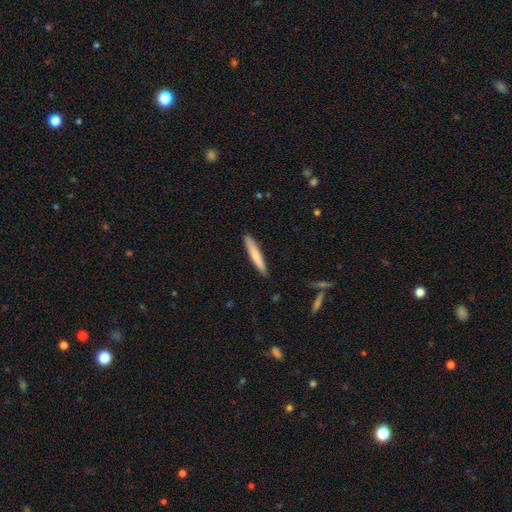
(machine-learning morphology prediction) A smooth galaxy with no disk features (76%) that is cigar-shaped (93%).

Vote fractions:
- Smooth or featured? smooth: 76% / featured or disk: 19% / star or artifact: 5%
- How rounded? cigar-shaped: 93% / in between: 6% / round: 1%
- Merging? none: 90% / minor disturbance: 7% / major disturbance: 1% / merger: 1%